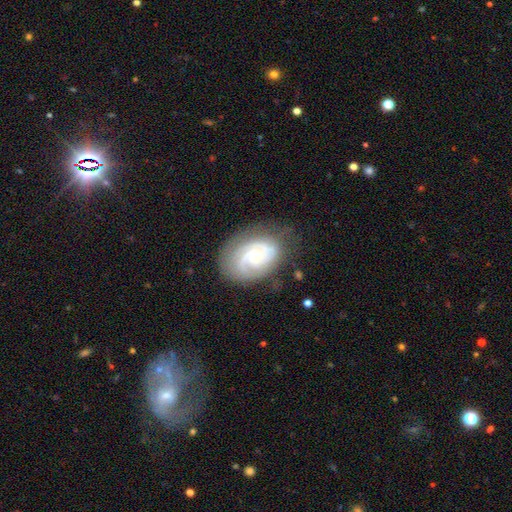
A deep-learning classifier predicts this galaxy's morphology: smooth_or_featured: featured or disk (p=0.83) [alt: smooth p=0.11]
disk_edge_on: no (p=0.97) [alt: yes p=0.03]
bar: no (p=0.68) [alt: weak p=0.28]
has_spiral_arms: yes (p=0.96) [alt: no p=0.04]
spiral_winding: tight (p=0.62) [alt: medium p=0.31]
spiral_arm_count: 2 (p=0.46) [alt: can't tell p=0.21]
bulge_size: small (p=0.59) [alt: moderate p=0.36]
merging: none (p=0.72) [alt: minor disturbance p=0.19]